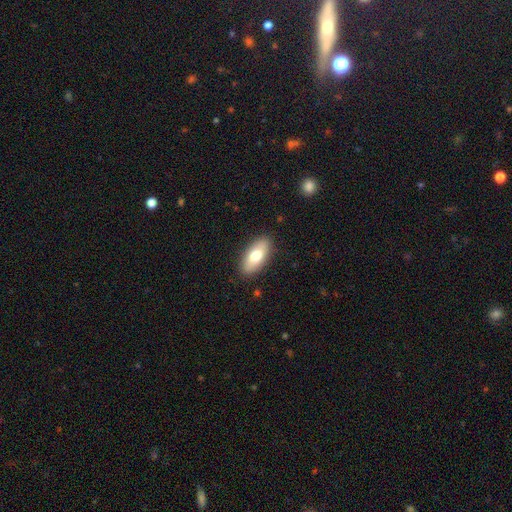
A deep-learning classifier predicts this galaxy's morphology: Smooth or featured: smooth — 75% (featured or disk — 19%)
How rounded: in between — 88% (cigar-shaped — 9%)
Merging: none — 88% (minor disturbance — 9%)